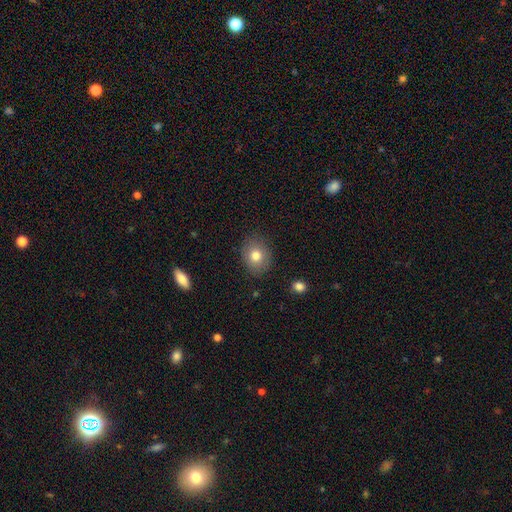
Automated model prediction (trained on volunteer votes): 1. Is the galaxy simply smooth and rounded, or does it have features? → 78% smooth, 12% featured or disk, 10% star or artifact.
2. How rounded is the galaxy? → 60% round, 39% in between, 1% cigar-shaped.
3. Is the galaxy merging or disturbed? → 85% none, 11% minor disturbance, 3% major disturbance, 1% merger.